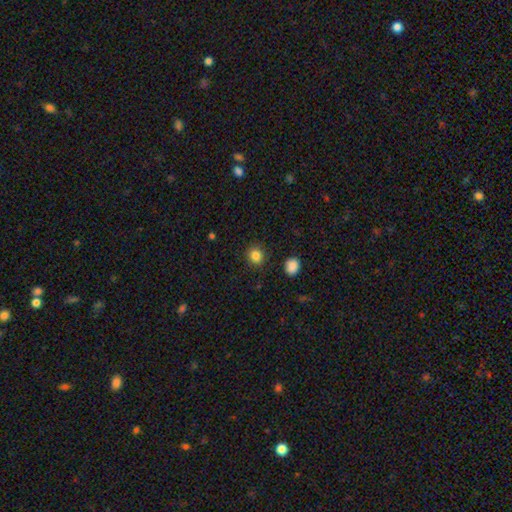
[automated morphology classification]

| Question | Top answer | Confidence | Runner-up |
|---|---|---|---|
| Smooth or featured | smooth | 85% | star or artifact (11%) |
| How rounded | round | 84% | in between (15%) |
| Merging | none | 90% | minor disturbance (6%) |